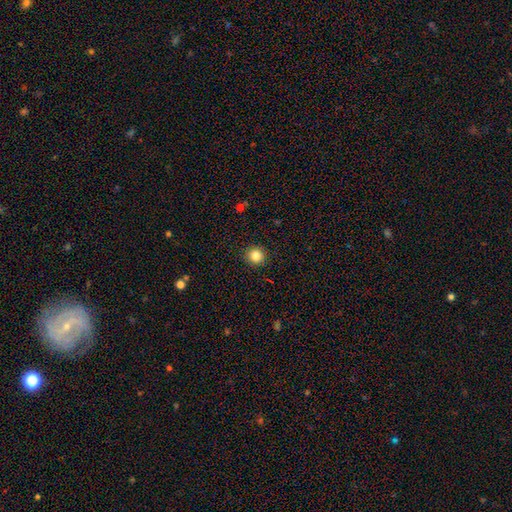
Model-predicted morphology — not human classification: This is clearly a smooth galaxy (84%). How rounded: clearly round (93%). Merging: clearly none (92%).